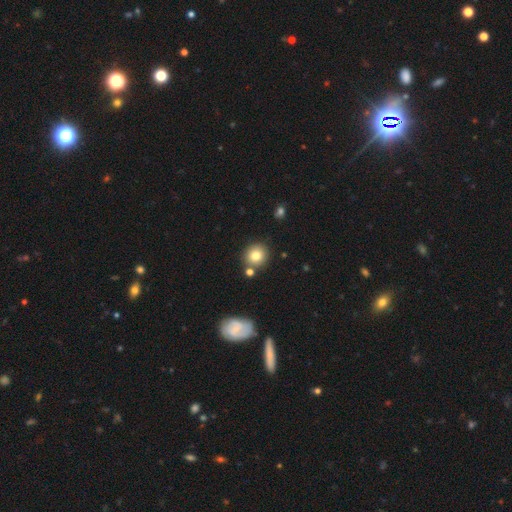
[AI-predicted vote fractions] A smooth galaxy with no disk features (80%) that is round (86%).

Vote fractions:
- Smooth or featured? smooth: 80% / star or artifact: 11% / featured or disk: 10%
- How rounded? round: 86% / in between: 13% / cigar-shaped: 1%
- Merging? none: 78% / merger: 10% / minor disturbance: 9% / major disturbance: 3%